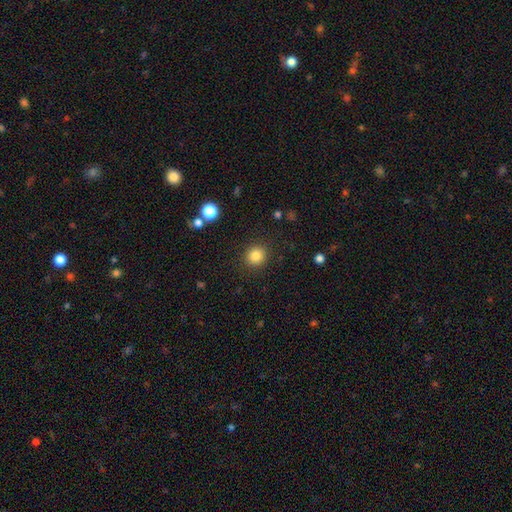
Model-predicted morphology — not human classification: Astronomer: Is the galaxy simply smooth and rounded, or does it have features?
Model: smooth — 84%.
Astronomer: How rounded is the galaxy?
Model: round — 90%.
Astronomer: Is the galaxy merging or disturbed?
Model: none — 90%.